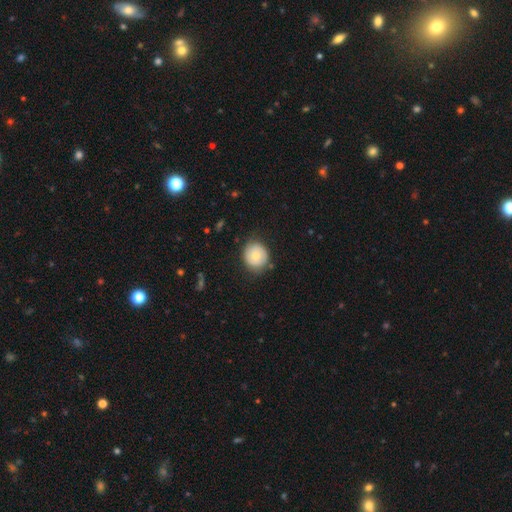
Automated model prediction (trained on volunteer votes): Smooth or featured: smooth — 65% (featured or disk — 28%)
How rounded: round — 84% (in between — 15%)
Merging: none — 76% (minor disturbance — 18%)